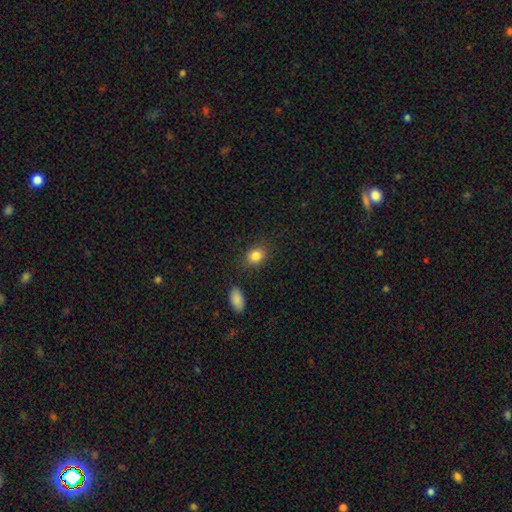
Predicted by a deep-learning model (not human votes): The model was most divided on "how rounded": in between: 57%, round: 42%, cigar-shaped: 1%. More confident: smooth or featured — smooth (84%); merging — none (82%).